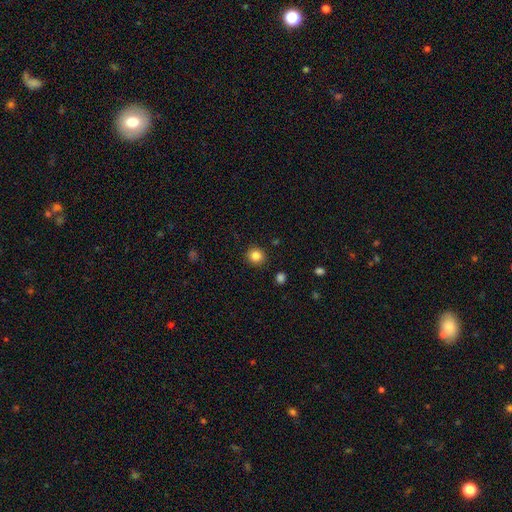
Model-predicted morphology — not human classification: Smooth or featured: smooth — 84% (star or artifact — 11%)
How rounded: round — 89% (in between — 10%)
Merging: none — 91% (minor disturbance — 6%)